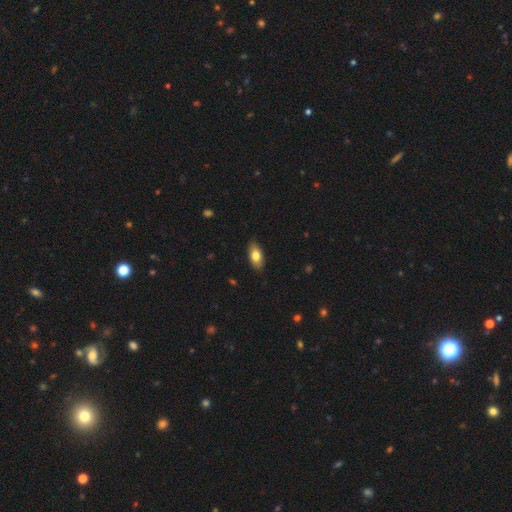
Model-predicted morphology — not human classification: smooth-or-featured: smooth: 79% | featured or disk: 15% | star or artifact: 6%
  how-rounded: in between: 89% | cigar-shaped: 8% | round: 4%
  merging: none: 87% | minor disturbance: 10% | major disturbance: 2% | merger: 1%